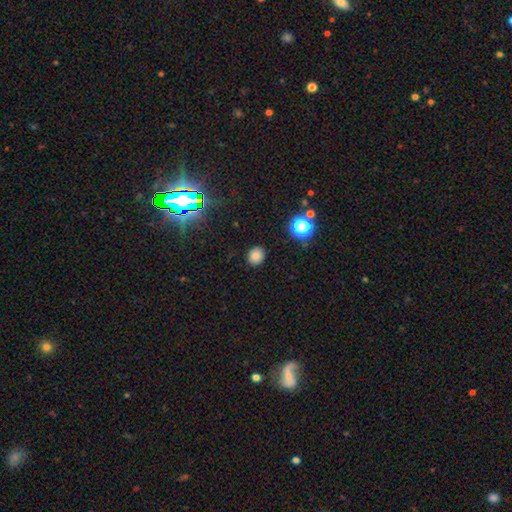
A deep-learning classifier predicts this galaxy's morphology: Smooth or featured? Predicted: smooth (p=0.81). How rounded? Predicted: round (p=0.75). Merging? Predicted: none (p=0.88).